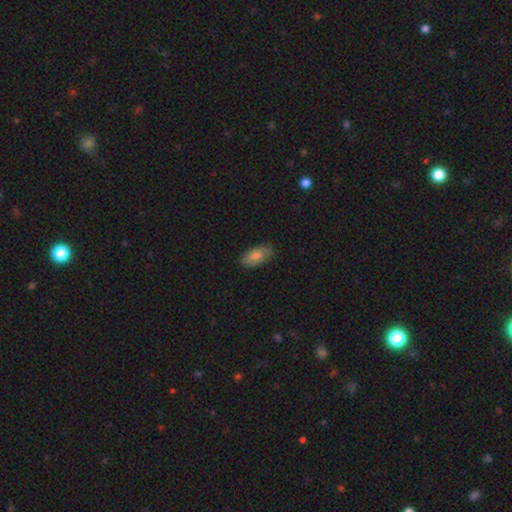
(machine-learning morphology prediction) A smooth galaxy with no disk features (78%) that is in between round and cigar-shaped (89%).

Vote fractions:
- Smooth or featured? smooth: 78% / featured or disk: 15% / star or artifact: 7%
- How rounded? in between: 89% / cigar-shaped: 8% / round: 3%
- Merging? none: 81% / minor disturbance: 15% / major disturbance: 3% / merger: 1%